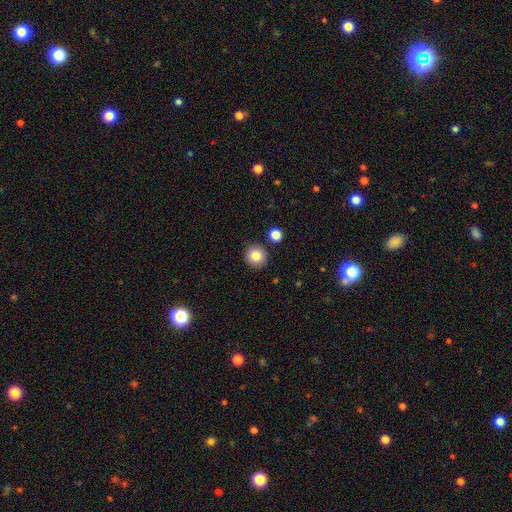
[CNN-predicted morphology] type=smooth (85%); roundness=round (93%); merging=none (88%).